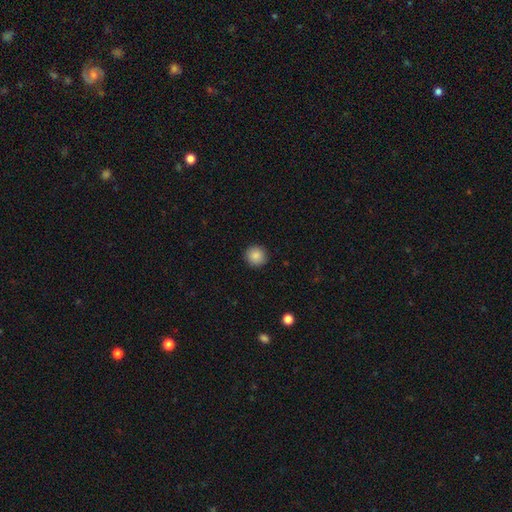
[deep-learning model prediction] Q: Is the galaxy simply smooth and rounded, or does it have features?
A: smooth — 87%.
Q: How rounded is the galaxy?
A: round — 93%.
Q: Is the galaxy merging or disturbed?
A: none — 91%.